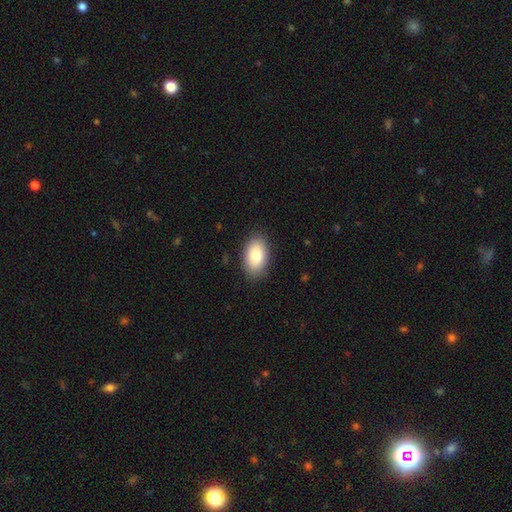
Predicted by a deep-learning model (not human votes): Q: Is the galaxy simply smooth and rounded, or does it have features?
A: smooth — 84%.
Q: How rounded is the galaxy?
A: in between — 92%.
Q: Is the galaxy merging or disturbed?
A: none — 88%.